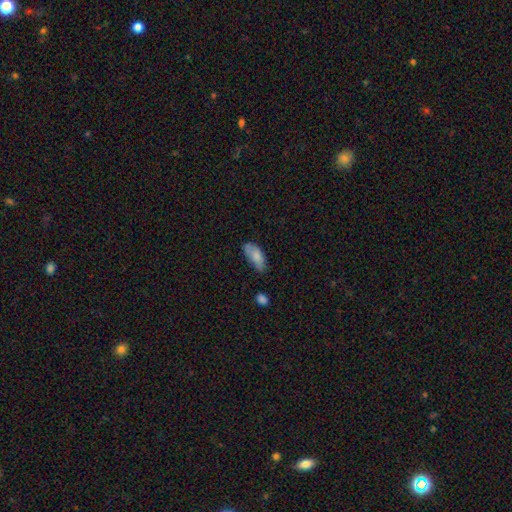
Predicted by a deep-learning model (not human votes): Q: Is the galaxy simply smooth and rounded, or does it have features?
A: smooth — 79%.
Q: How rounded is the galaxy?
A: in between — 87%.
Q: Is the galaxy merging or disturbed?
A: none — 54%.